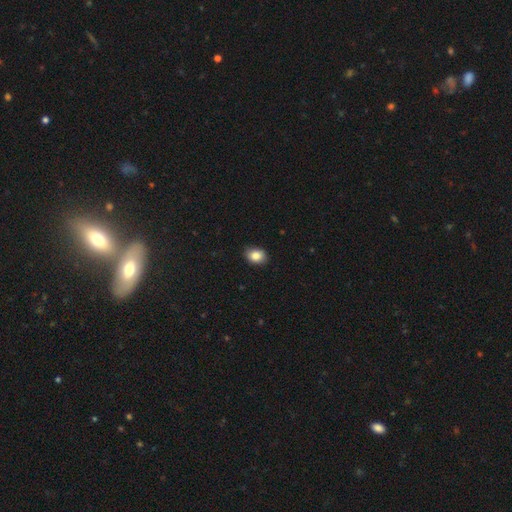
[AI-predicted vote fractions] Smooth or featured?
  - smooth: 85% *
  - star or artifact: 9%
  - featured or disk: 6%
How rounded?
  - in between: 66% *
  - round: 32%
  - cigar-shaped: 1%
Merging?
  - none: 85% *
  - minor disturbance: 12%
  - major disturbance: 2%
  - merger: 1%